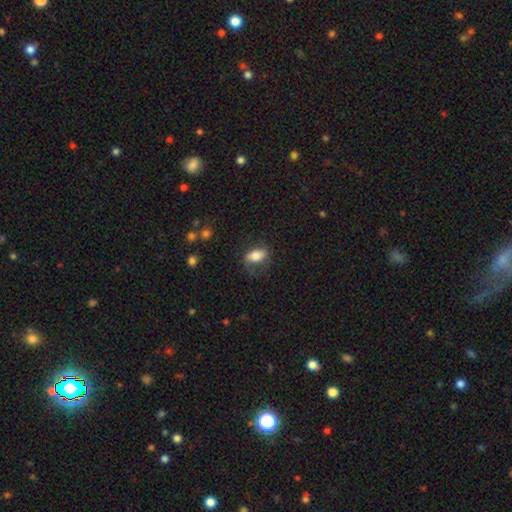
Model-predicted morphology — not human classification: Smooth or featured? Predicted: smooth (p=0.72). How rounded? Predicted: in between (p=0.86). Merging? Predicted: none (p=0.60).